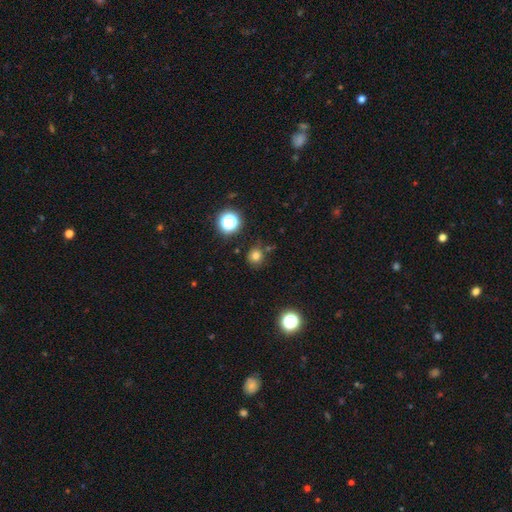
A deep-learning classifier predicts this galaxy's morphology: smooth-or-featured: smooth: 74% | star or artifact: 19% | featured or disk: 6%
  how-rounded: round: 89% | in between: 10% | cigar-shaped: 1%
  merging: none: 80% | minor disturbance: 11% | merger: 5% | major disturbance: 3%